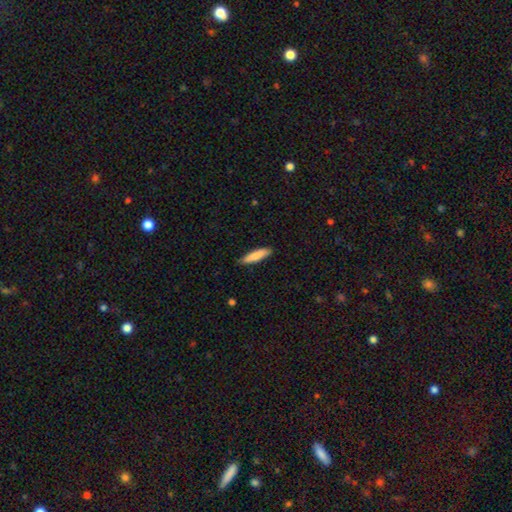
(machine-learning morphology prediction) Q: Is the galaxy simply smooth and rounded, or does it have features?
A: smooth — 85%.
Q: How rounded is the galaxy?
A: cigar-shaped — 77%.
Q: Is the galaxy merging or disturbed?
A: none — 87%.